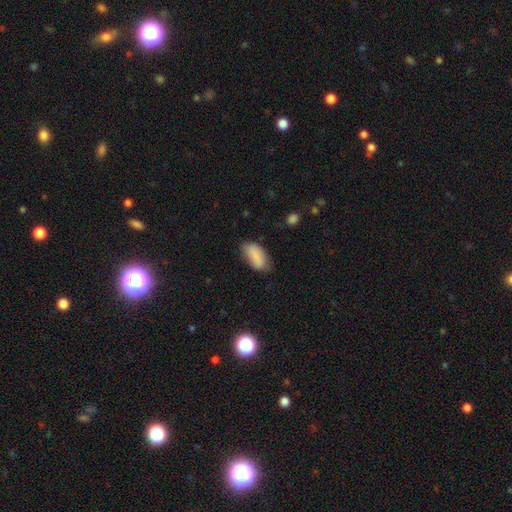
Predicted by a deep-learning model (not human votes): This is clearly a smooth galaxy (86%). How rounded: clearly in between (92%). Merging: likely none (66%).